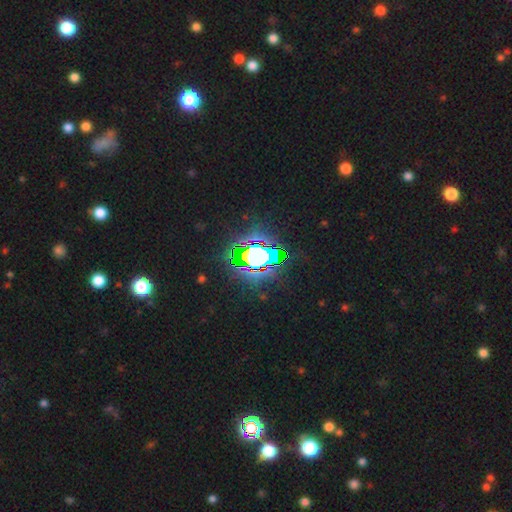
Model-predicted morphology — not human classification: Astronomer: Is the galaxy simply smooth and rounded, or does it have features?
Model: star or artifact — 83%.